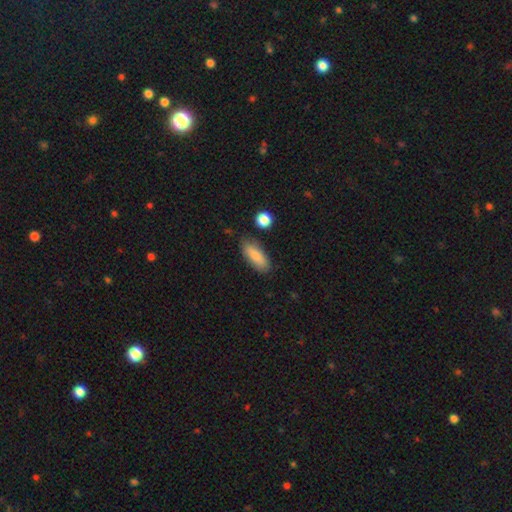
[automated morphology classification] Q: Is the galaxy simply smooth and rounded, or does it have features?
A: smooth — 83%.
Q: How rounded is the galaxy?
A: in between — 72%.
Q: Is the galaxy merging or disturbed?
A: none — 79%.